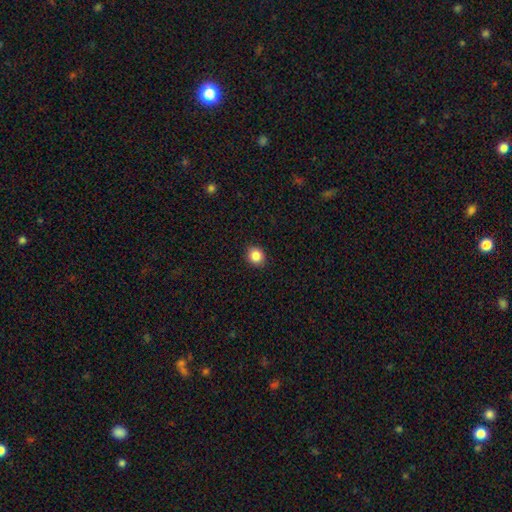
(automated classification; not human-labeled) Smooth or featured: smooth — 86% (star or artifact — 10%)
How rounded: round — 81% (in between — 18%)
Merging: none — 91% (minor disturbance — 6%)